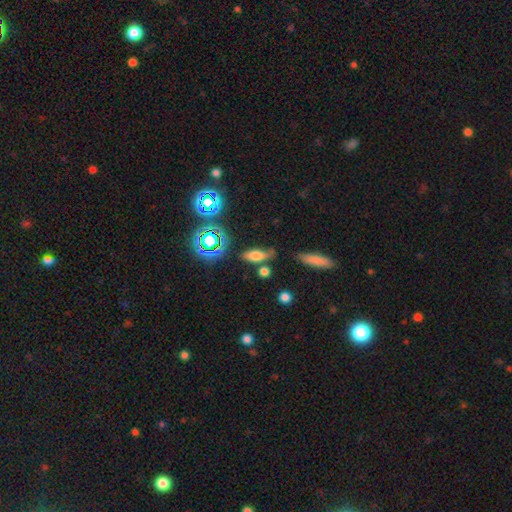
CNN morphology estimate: Overall: smooth (66%). How rounded: in between (64%; cigar-shaped 29%). Merging: none (62%).